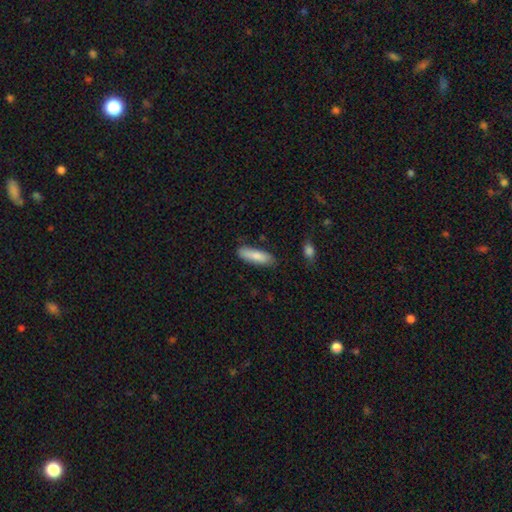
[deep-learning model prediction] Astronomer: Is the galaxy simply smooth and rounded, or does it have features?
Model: smooth — 82%.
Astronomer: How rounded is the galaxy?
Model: cigar-shaped — 57% (runner-up: in between, 41%).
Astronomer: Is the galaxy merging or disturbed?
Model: none — 80%.